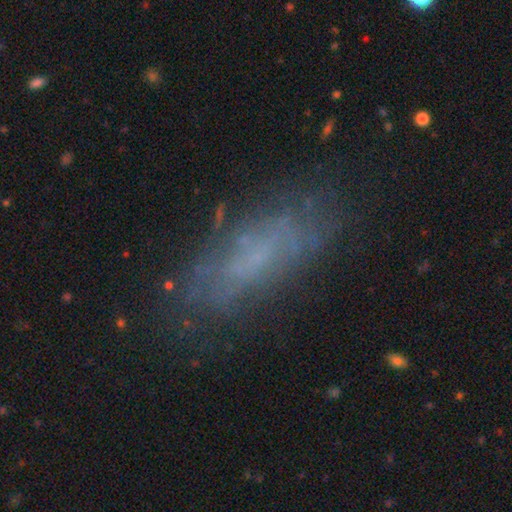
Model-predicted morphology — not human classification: Overall: smooth (45%; featured or disk 41%). Merging: none (75%).